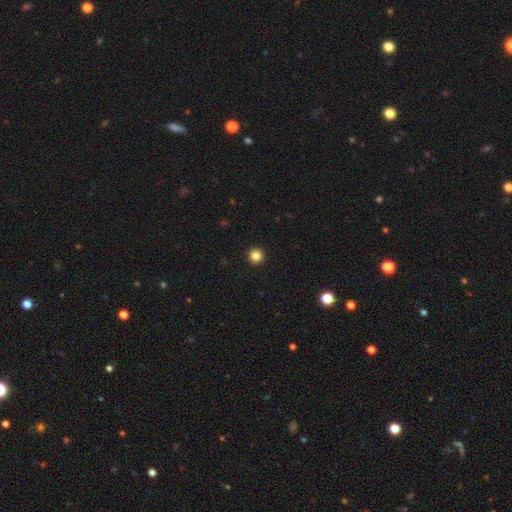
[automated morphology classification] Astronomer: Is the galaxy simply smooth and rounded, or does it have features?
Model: smooth — 84%.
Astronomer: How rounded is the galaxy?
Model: round — 95%.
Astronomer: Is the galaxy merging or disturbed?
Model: none — 94%.